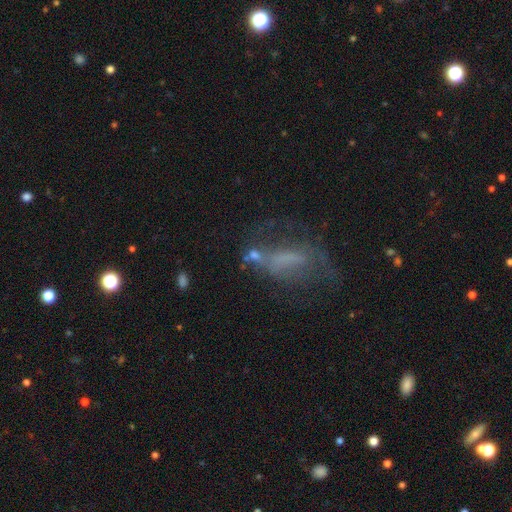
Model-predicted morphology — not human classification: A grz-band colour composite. It shows a featured or disk galaxy (43%). Merging: none (41%).